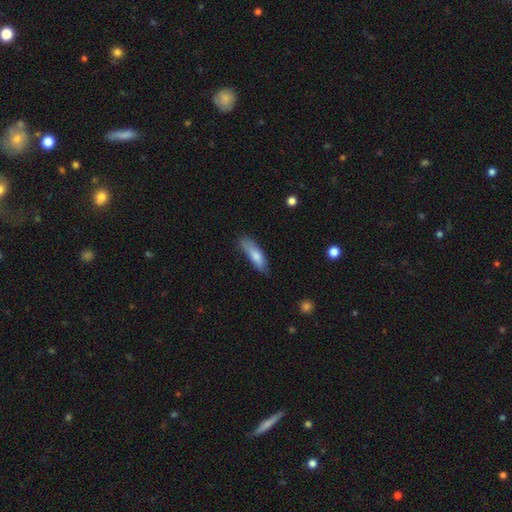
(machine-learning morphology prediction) Smooth or featured? Predicted: smooth (p=0.76). How rounded? Predicted: cigar-shaped (p=0.54). Merging? Predicted: none (p=0.60).